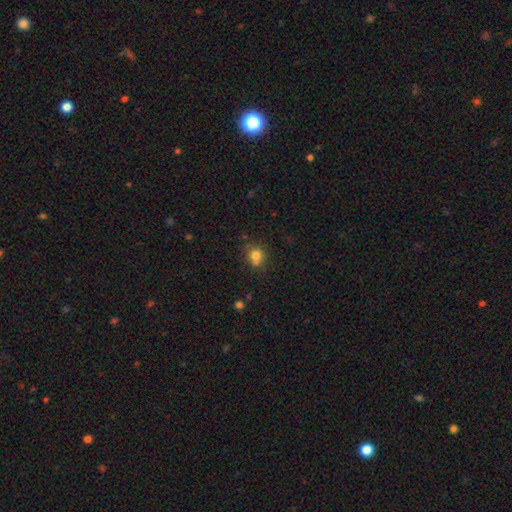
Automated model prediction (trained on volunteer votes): Smooth or featured? smooth (77%)
How rounded? round (80%)
Merging? none (60%)